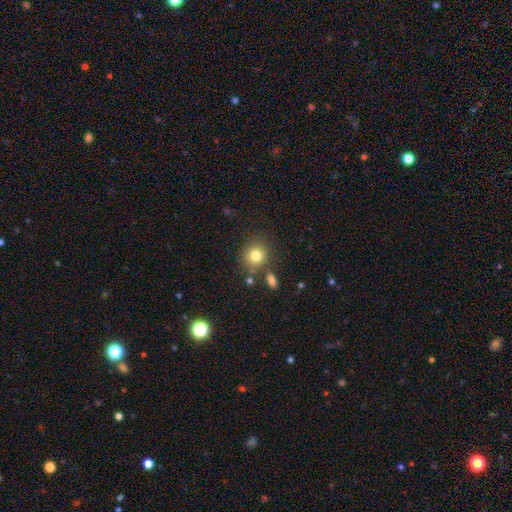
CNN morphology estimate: smooth_or_featured: smooth (p=0.80) [alt: star or artifact p=0.11]
how_rounded: round (p=0.84) [alt: in between p=0.15]
merging: none (p=0.74) [alt: minor disturbance p=0.12]